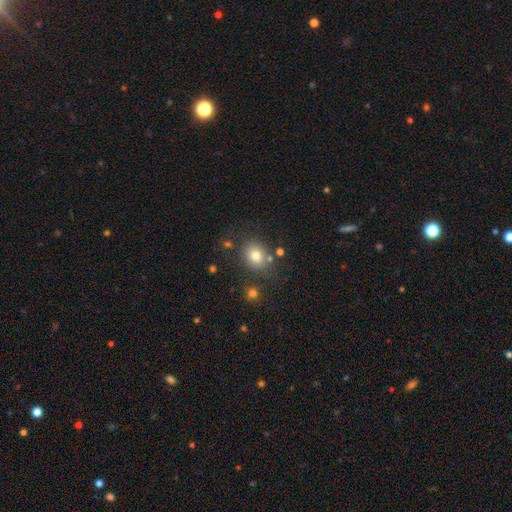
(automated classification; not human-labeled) smooth_or_featured: smooth (p=0.77) [alt: star or artifact p=0.12]
how_rounded: round (p=0.55) [alt: in between p=0.44]
merging: none (p=0.75) [alt: minor disturbance p=0.13]